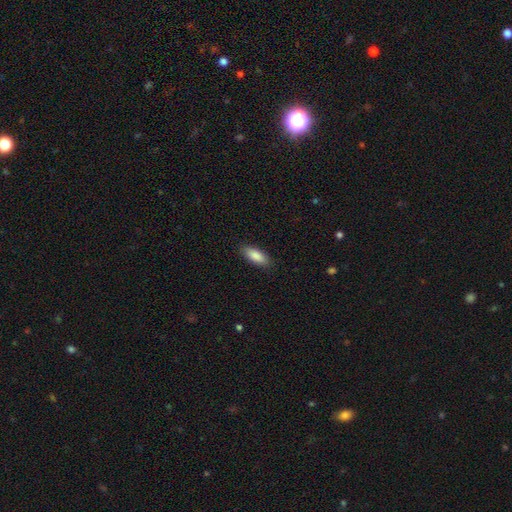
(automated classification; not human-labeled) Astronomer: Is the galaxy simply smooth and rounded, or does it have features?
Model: smooth — 88%.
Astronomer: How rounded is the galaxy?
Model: in between — 79%.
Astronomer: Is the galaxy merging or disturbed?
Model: none — 88%.